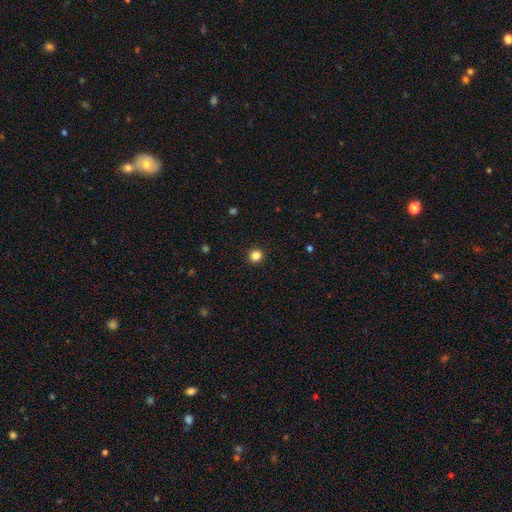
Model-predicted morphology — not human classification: Smooth or featured? Predicted: smooth (p=0.84). How rounded? Predicted: round (p=0.93). Merging? Predicted: none (p=0.93).